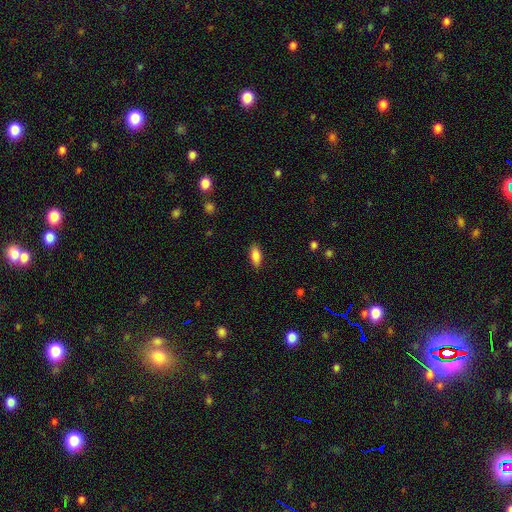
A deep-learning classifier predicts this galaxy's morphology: Smooth or featured? smooth (87%)
How rounded? in between (84%)
Merging? none (87%)